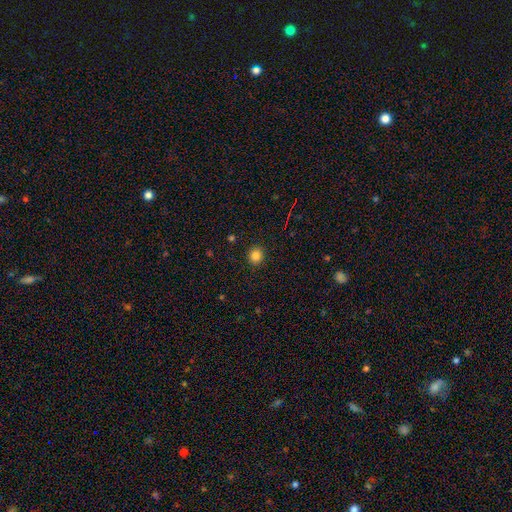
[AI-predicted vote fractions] This is clearly a smooth galaxy (83%). How rounded: clearly round (87%). Merging: clearly none (91%).